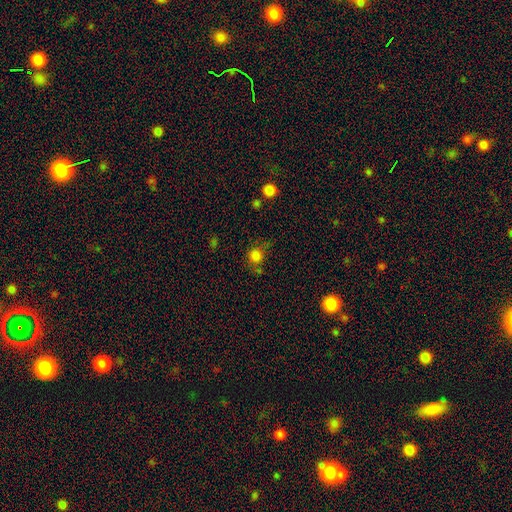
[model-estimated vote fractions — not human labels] smooth_or_featured: smooth (p=0.79) [alt: star or artifact p=0.14]
how_rounded: round (p=0.88) [alt: in between p=0.11]
merging: none (p=0.63) [alt: minor disturbance p=0.18]